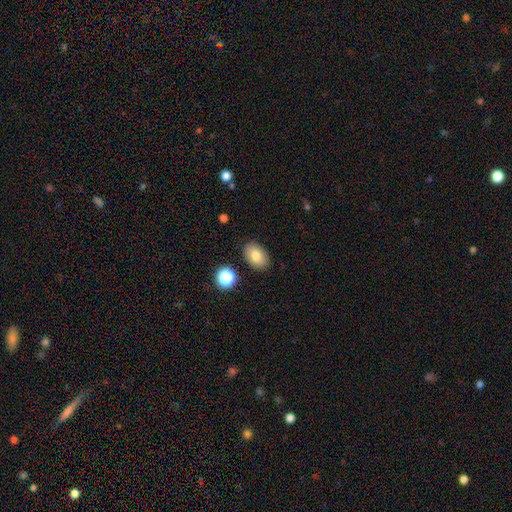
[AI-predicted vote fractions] smooth_or_featured: smooth (p=0.80) [alt: featured or disk p=0.11]
how_rounded: in between (p=0.85) [alt: round p=0.13]
merging: none (p=0.87) [alt: minor disturbance p=0.09]